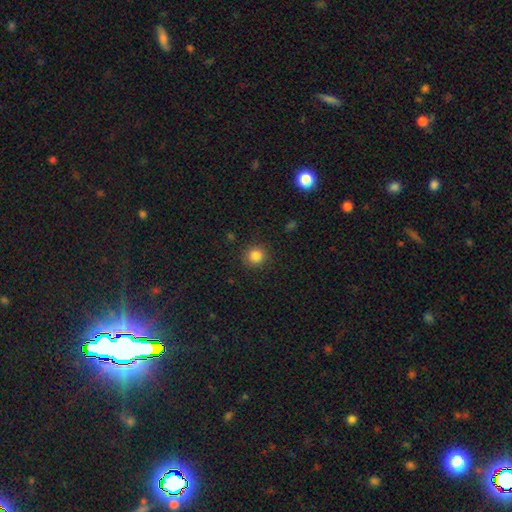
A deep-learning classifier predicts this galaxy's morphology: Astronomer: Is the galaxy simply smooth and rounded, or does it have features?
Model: smooth — 83%.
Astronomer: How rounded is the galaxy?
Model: round — 91%.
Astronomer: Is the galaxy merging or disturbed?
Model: none — 90%.